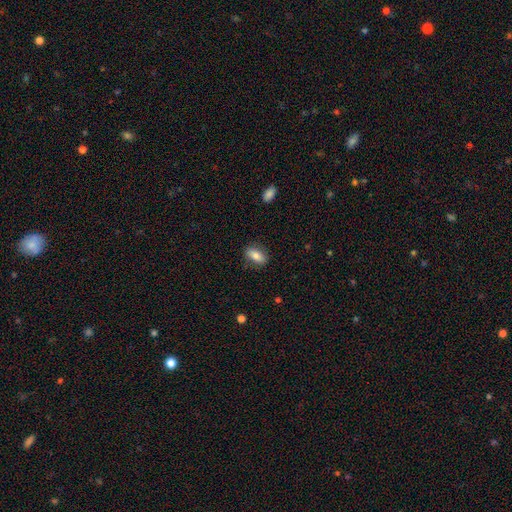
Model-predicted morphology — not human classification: This appears to be a smooth galaxy with no disk features (78%) that is in between round and cigar-shaped (85%). Merging: none (82%).